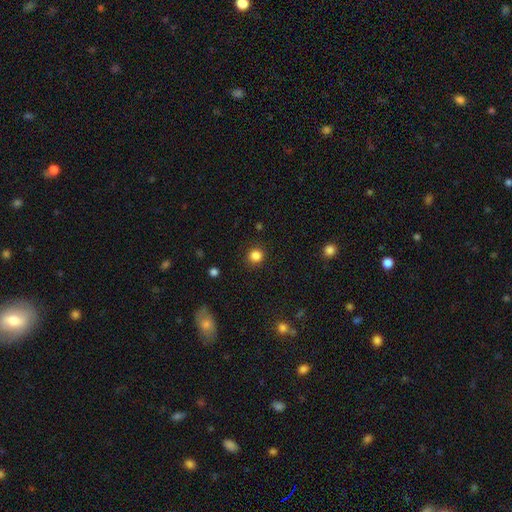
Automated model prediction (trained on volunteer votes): This is clearly a smooth galaxy (85%). How rounded: clearly round (88%). Merging: clearly none (89%).